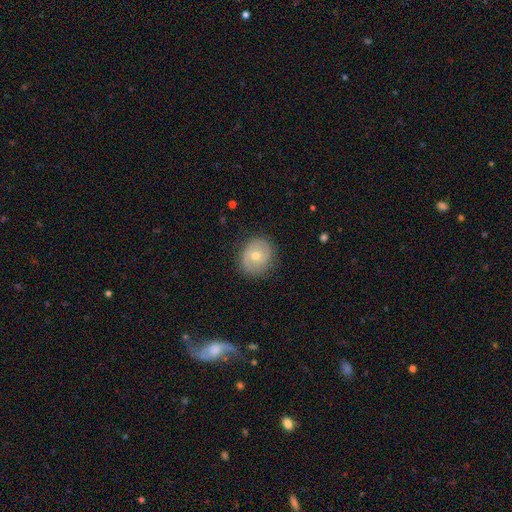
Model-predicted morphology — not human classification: Smooth or featured?
  - featured or disk: 49% *
  - smooth: 42%
  - star or artifact: 9%
Merging?
  - none: 81% *
  - minor disturbance: 14%
  - major disturbance: 4%
  - merger: 1%